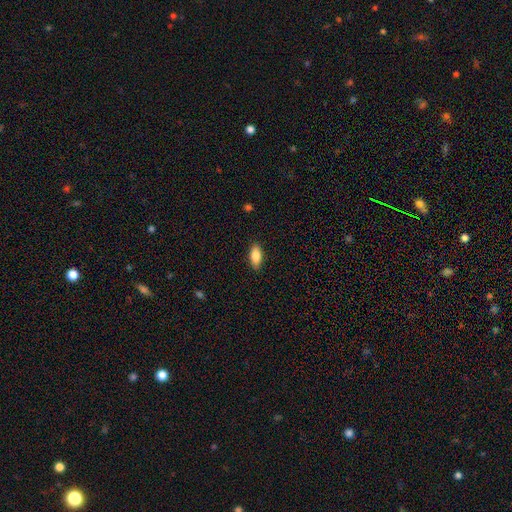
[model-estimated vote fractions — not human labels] A smooth galaxy with no disk features (87%) that is in between round and cigar-shaped (88%).

Vote fractions:
- Smooth or featured? smooth: 87% / featured or disk: 7% / star or artifact: 7%
- How rounded? in between: 88% / cigar-shaped: 10% / round: 2%
- Merging? none: 87% / minor disturbance: 10% / major disturbance: 2% / merger: 1%